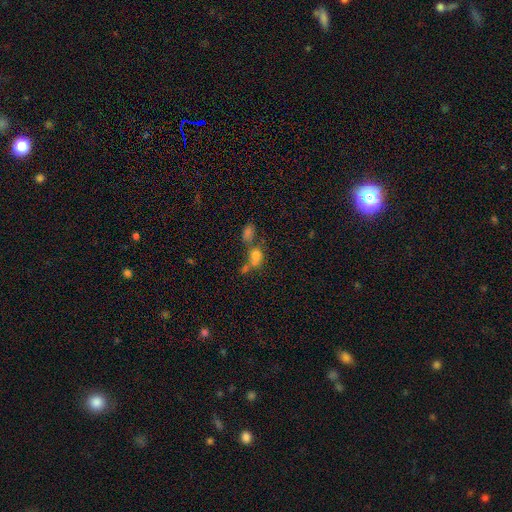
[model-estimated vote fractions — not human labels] Overall: smooth (73%). How rounded: in between (50%; round 48%). Merging: merger (46%; none 33%).